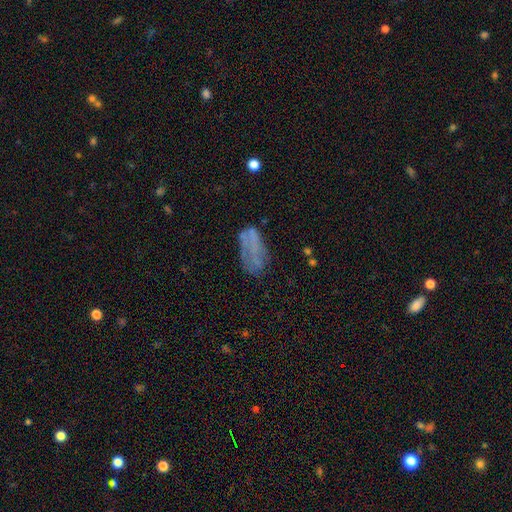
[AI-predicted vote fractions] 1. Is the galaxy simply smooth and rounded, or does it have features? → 50% smooth, 37% featured or disk, 13% star or artifact.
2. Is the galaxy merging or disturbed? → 44% none, 27% minor disturbance, 23% major disturbance, 6% merger.